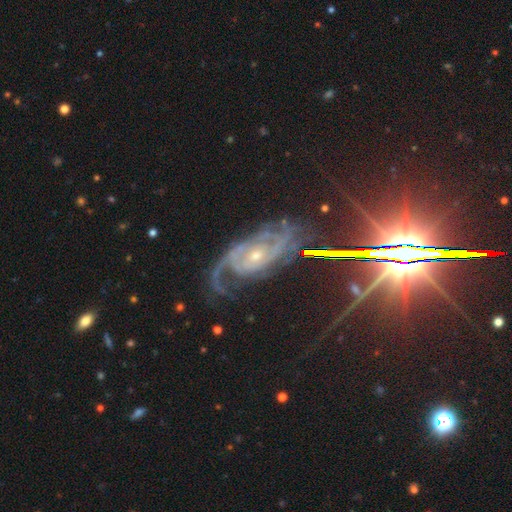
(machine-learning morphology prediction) Smooth or featured? Predicted: featured or disk (p=0.83). Edge-on disk? Predicted: no (p=0.94). Bar? Predicted: no (p=0.62). Spiral arms? Predicted: yes (p=0.97). Spiral winding? Predicted: tight (p=0.54). Spiral arm count? Predicted: 2 (p=0.42). Bulge size? Predicted: small (p=0.68). Merging? Predicted: none (p=0.65).